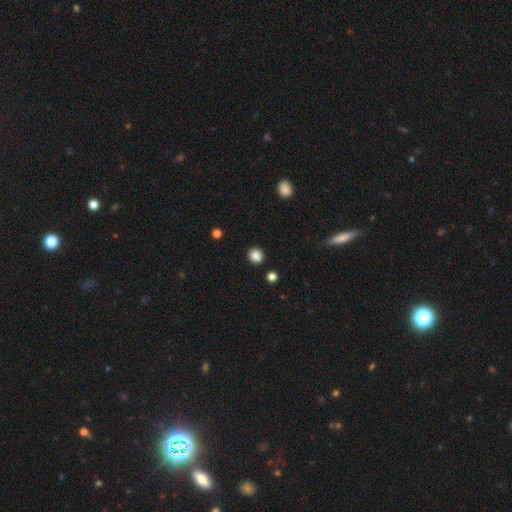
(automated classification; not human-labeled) smooth-or-featured: smooth: 86% | star or artifact: 10% | featured or disk: 4%
  how-rounded: round: 83% | in between: 17% | cigar-shaped: 1%
  merging: none: 91% | minor disturbance: 5% | merger: 2% | major disturbance: 2%